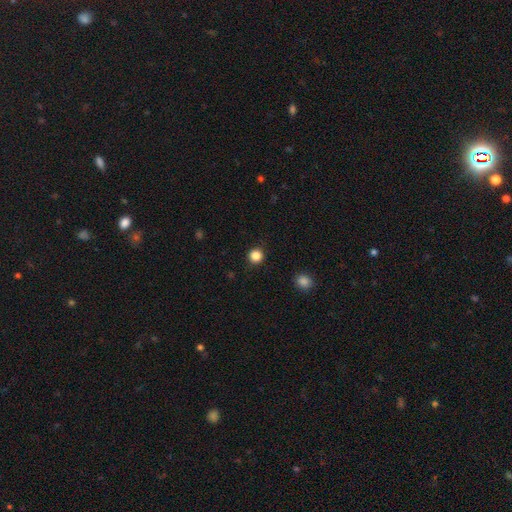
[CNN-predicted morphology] The model was most divided on "smooth or featured": smooth: 85%, star or artifact: 12%, featured or disk: 3%. More confident: how rounded — round (94%); merging — none (92%).